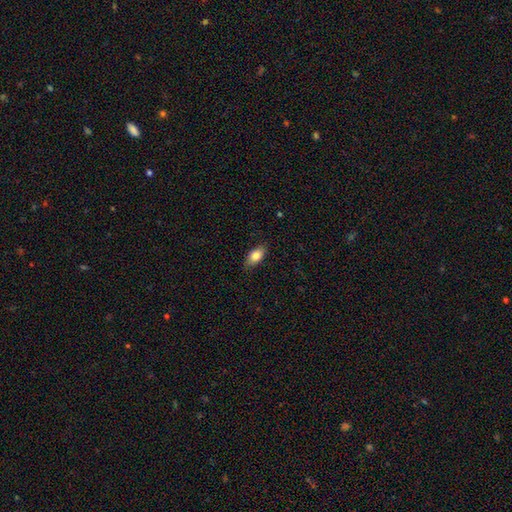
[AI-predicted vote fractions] Smooth or featured? Predicted: smooth (p=0.81). How rounded? Predicted: in between (p=0.88). Merging? Predicted: none (p=0.84).